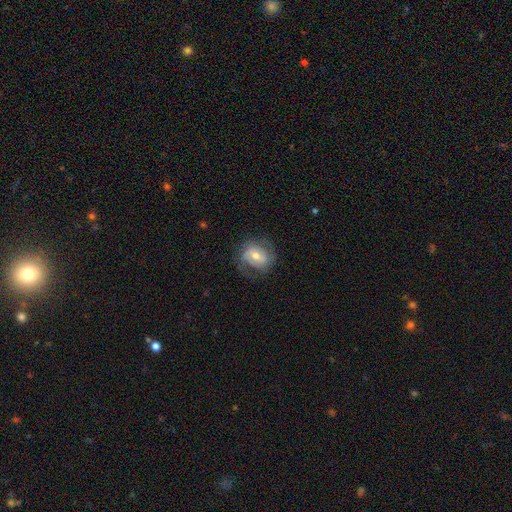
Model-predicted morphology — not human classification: smooth_or_featured: featured or disk (p=0.48) [alt: smooth p=0.44]
merging: none (p=0.61) [alt: minor disturbance p=0.23]